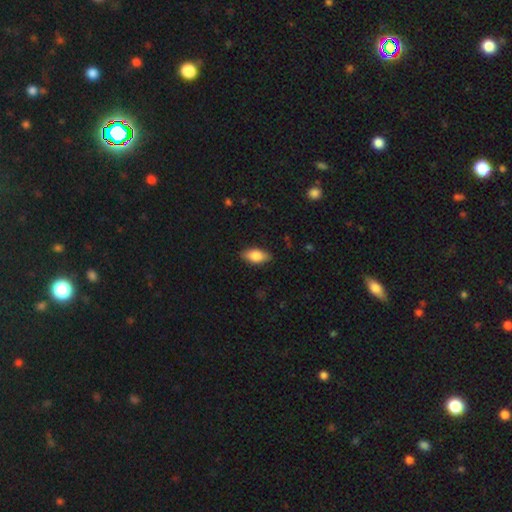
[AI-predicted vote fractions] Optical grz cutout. It shows a smooth galaxy with no disk features (82%) that is in between round and cigar-shaped (89%). Merging: none (85%).